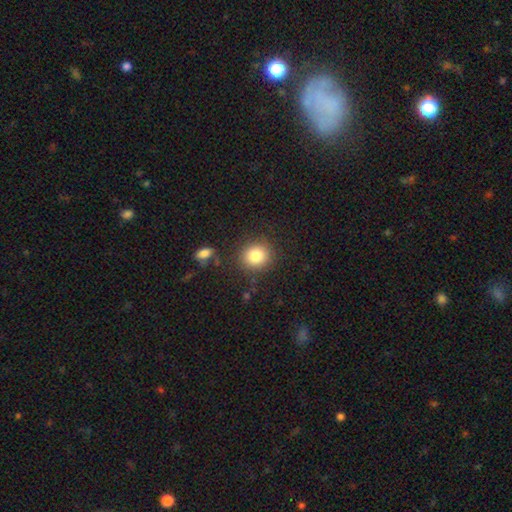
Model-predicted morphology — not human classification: smooth-or-featured: smooth: 82% | star or artifact: 10% | featured or disk: 8%
  how-rounded: round: 84% | in between: 15% | cigar-shaped: 1%
  merging: none: 85% | minor disturbance: 9% | major disturbance: 3% | merger: 3%